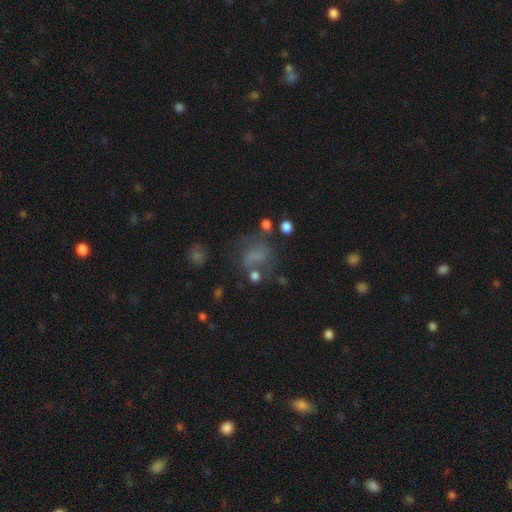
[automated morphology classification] smooth 45%, featured or disk 30%, star or artifact 24%. Down the decision tree: merging — none (46%).